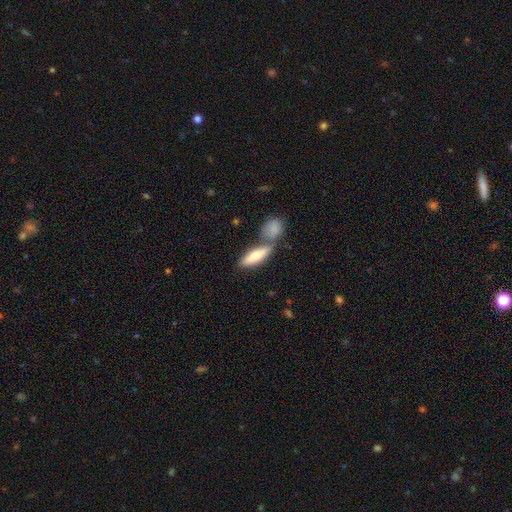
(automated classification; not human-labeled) Overall: smooth (76%). How rounded: in between (51%; cigar-shaped 46%). Merging: none (49%; merger 36%).